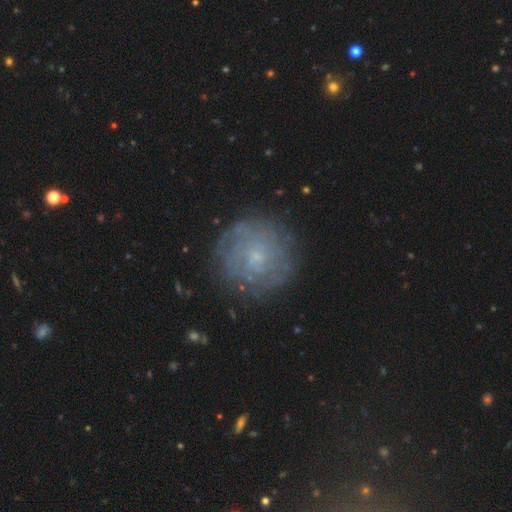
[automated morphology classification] smooth-or-featured: featured or disk: 63% | smooth: 27% | star or artifact: 10%
  disk-edge-on: no: 97% | yes: 3%
    bar: no: 75% | weak: 22% | strong: 3%
    has-spiral-arms: yes: 73% | no: 27%
    bulge-size: small: 66% | moderate: 17% | none: 15% | large: 2% | dominant: 1%
  merging: none: 81% | minor disturbance: 12% | major disturbance: 6% | merger: 1%